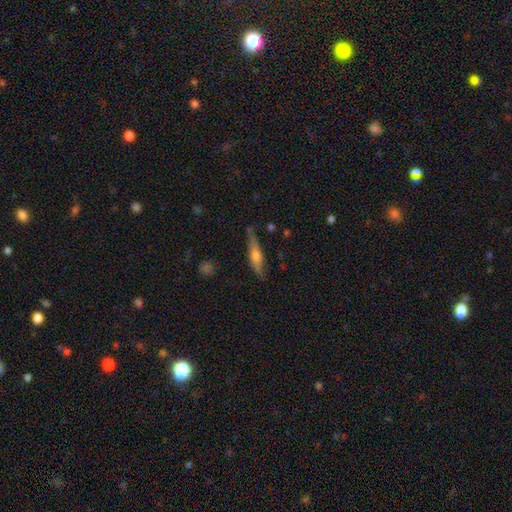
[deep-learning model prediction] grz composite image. It shows a featured or disk galaxy (48%). Merging: none (76%).